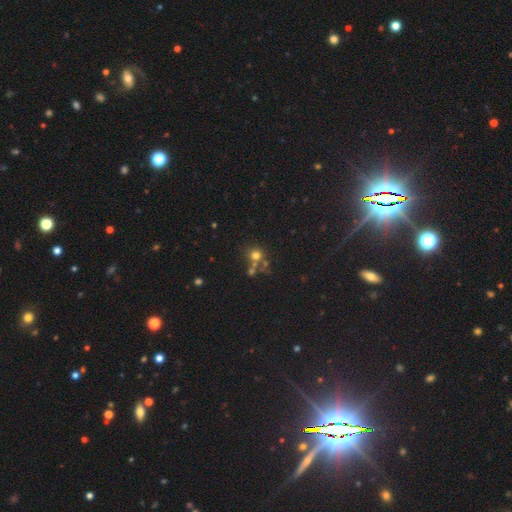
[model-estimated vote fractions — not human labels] Smooth or featured?
  - smooth: 64% *
  - star or artifact: 22%
  - featured or disk: 14%
How rounded?
  - round: 87% *
  - in between: 12%
  - cigar-shaped: 1%
Merging?
  - none: 54% *
  - merger: 31%
  - minor disturbance: 9%
  - major disturbance: 6%